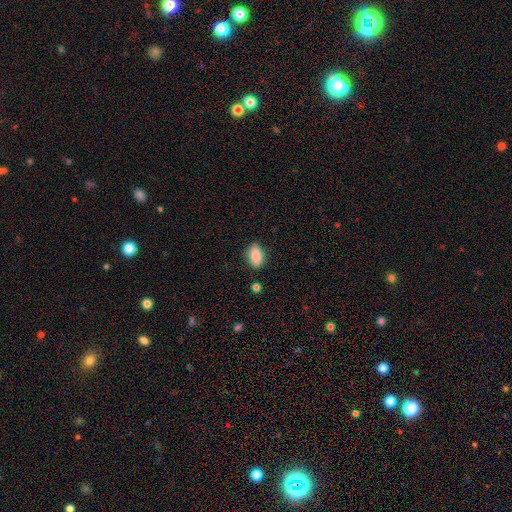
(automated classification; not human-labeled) Smooth or featured? Predicted: smooth (p=0.87). How rounded? Predicted: in between (p=0.89). Merging? Predicted: none (p=0.83).